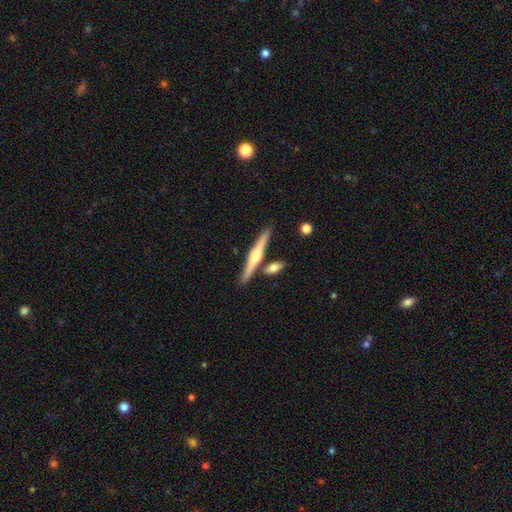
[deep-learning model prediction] Morphology: type=featured or disk (60%); edge-on=yes (97%); edge-on bulge=rounded (81%); merging=none (76%).